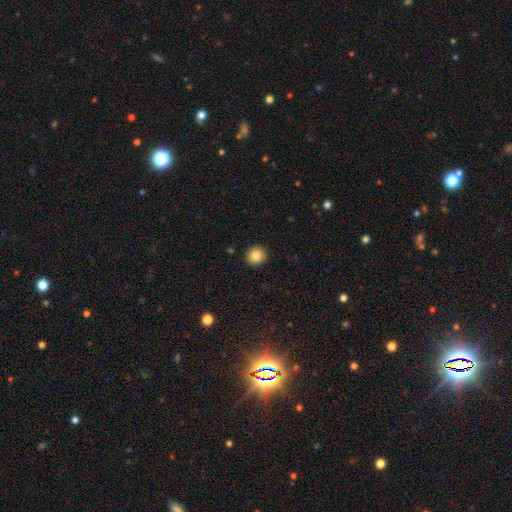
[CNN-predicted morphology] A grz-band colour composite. It shows a smooth galaxy with no disk features (85%) that is round (91%). Merging: none (92%).